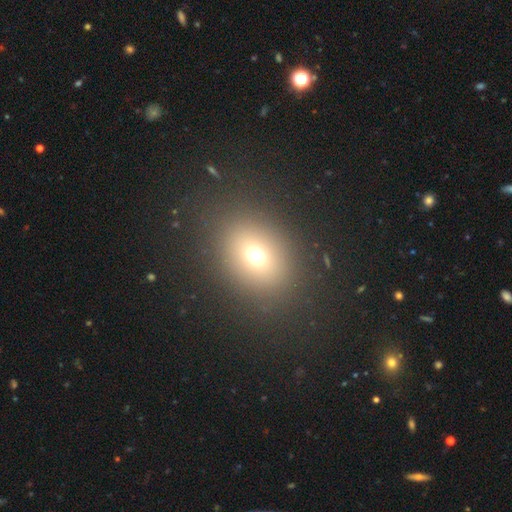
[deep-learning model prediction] Smooth or featured? smooth (69%)
How rounded? round (53%)
Merging? none (85%)